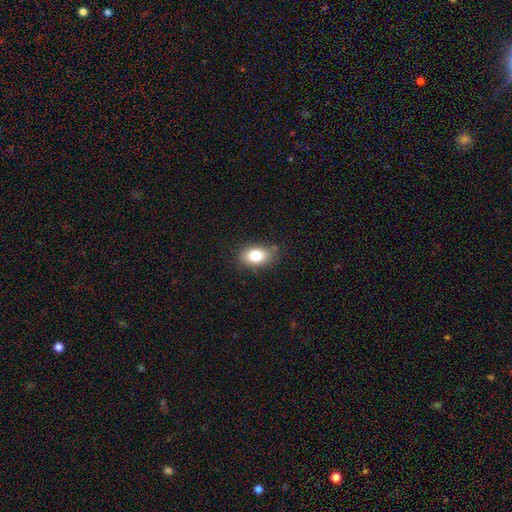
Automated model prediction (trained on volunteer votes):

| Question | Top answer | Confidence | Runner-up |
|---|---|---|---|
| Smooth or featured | smooth | 81% | featured or disk (10%) |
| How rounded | in between | 85% | round (13%) |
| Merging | none | 81% | minor disturbance (14%) |